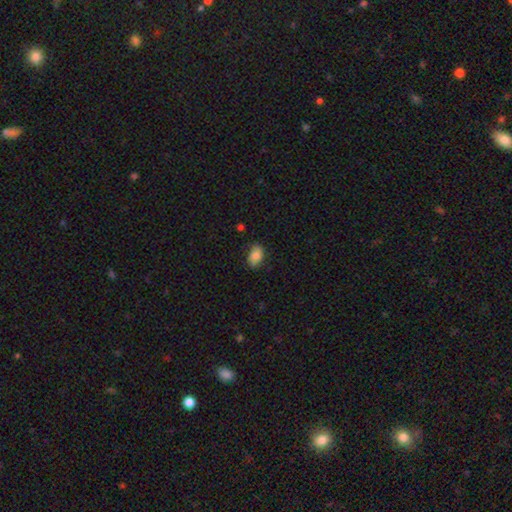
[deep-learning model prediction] This is likely a smooth galaxy (80%). How rounded: clearly in between (87%). Merging: likely none (77%).